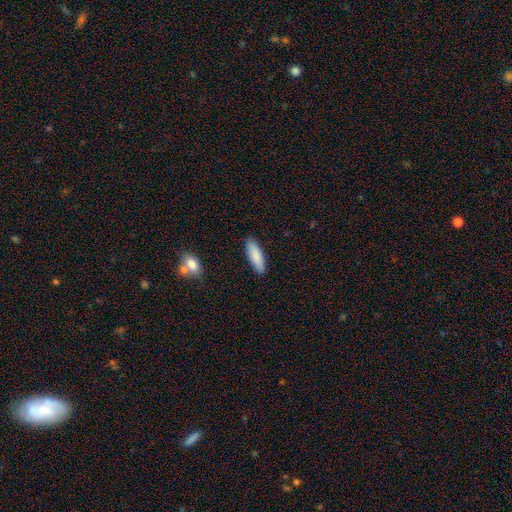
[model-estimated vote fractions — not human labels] A smooth galaxy with no disk features (86%) that is in between round and cigar-shaped (50%). Merging: none (89%).